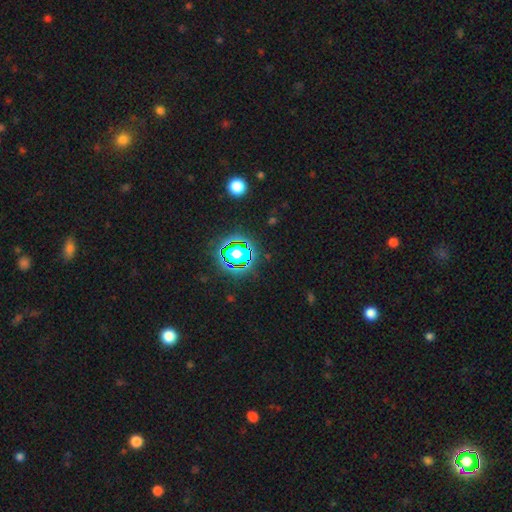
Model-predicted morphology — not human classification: The model was most divided on "smooth or featured": star or artifact: 78%, smooth: 14%, featured or disk: 8%.